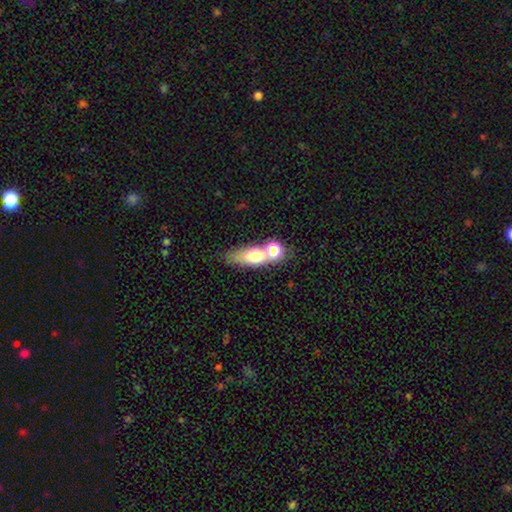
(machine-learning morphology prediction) Smooth or featured?
  - smooth: 61% *
  - featured or disk: 26%
  - star or artifact: 13%
How rounded?
  - in between: 52% *
  - cigar-shaped: 26%
  - round: 21%
Merging?
  - none: 44% *
  - merger: 39%
  - minor disturbance: 11%
  - major disturbance: 6%